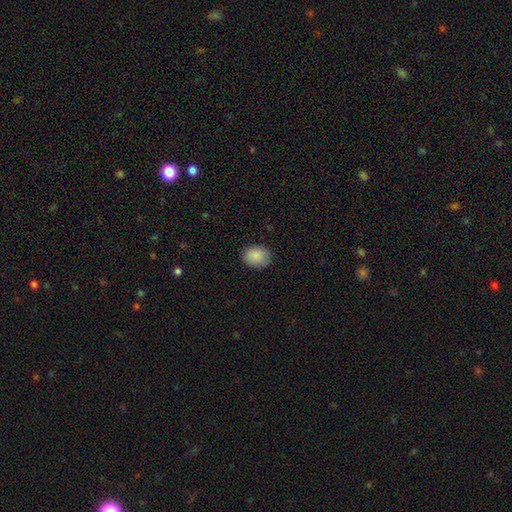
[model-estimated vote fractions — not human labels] Smooth or featured: smooth — 89% (star or artifact — 7%)
How rounded: in between — 57% (round — 42%)
Merging: none — 86% (minor disturbance — 11%)